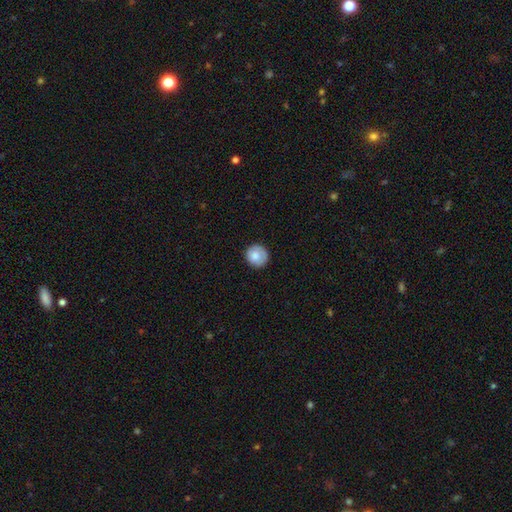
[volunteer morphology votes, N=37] Smooth or featured?
  - smooth: 73% *
  - featured or disk: 22%
  - star or artifact: 5%
How rounded?
  - round: 81% *
  - in between: 19%
  - cigar-shaped: 0%
Merging?
  - none: 69% *
  - minor disturbance: 17%
  - major disturbance: 14%
  - merger: 0%